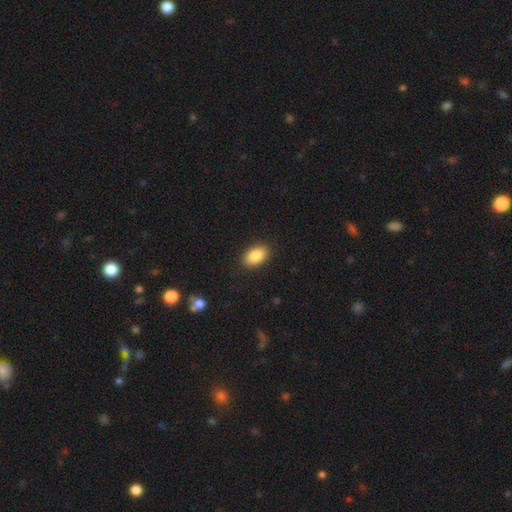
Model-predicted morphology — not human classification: Smooth or featured? Predicted: smooth (p=0.87). How rounded? Predicted: in between (p=0.92). Merging? Predicted: none (p=0.88).